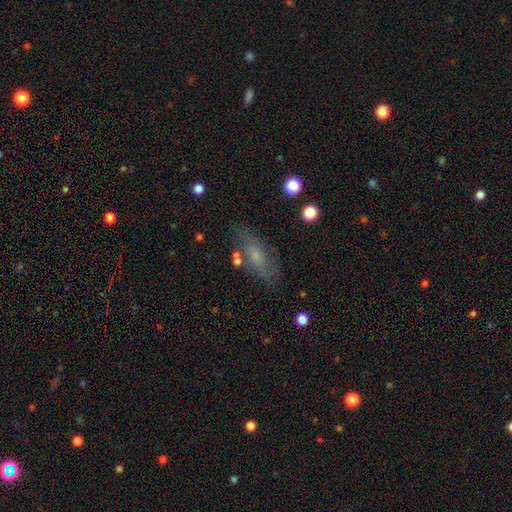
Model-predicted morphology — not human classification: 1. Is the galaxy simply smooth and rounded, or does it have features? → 44% smooth (tied), 44% featured or disk (tied), 12% star or artifact.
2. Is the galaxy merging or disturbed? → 71% none, 17% minor disturbance, 7% major disturbance, 5% merger.